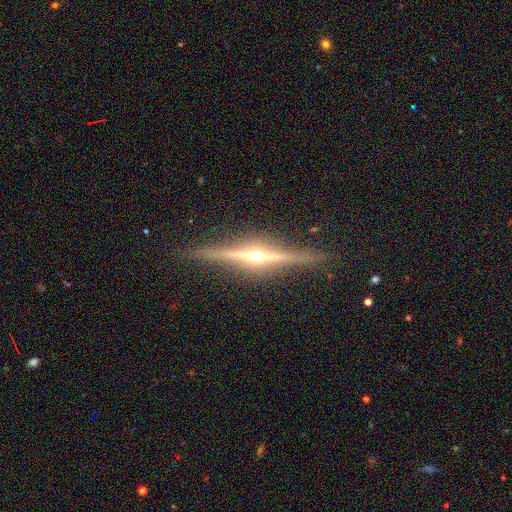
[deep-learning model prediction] Smooth or featured? Predicted: featured or disk (p=0.88). Edge-on disk? Predicted: yes (p=0.98). Edge-on bulge? Predicted: rounded (p=0.95). Merging? Predicted: none (p=0.90).